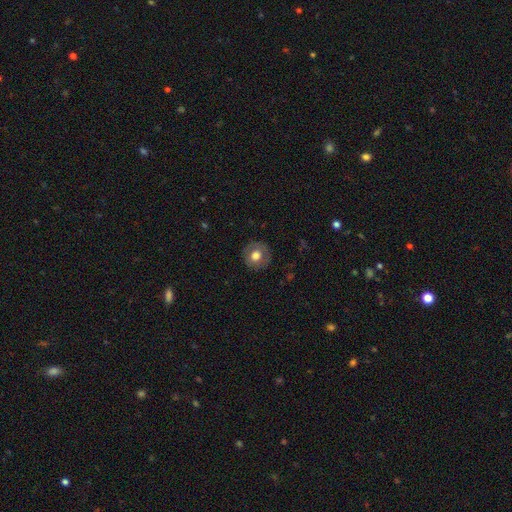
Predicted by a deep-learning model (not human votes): Overall: smooth (68%). How rounded: round (90%). Merging: none (86%).